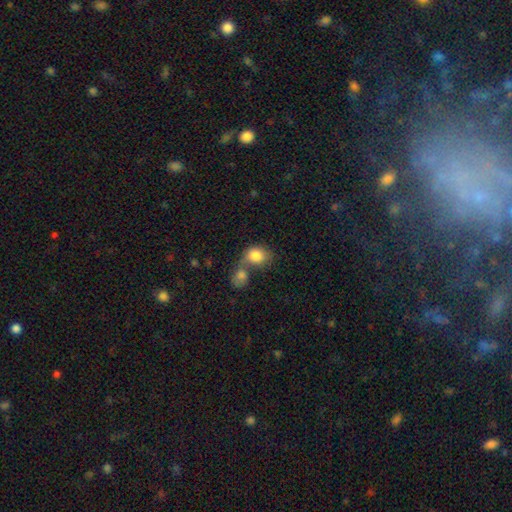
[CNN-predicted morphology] smooth-or-featured: smooth: 83% | featured or disk: 10% | star or artifact: 7%
  how-rounded: in between: 52% | round: 47% | cigar-shaped: 1%
  merging: merger: 61% | none: 24% | minor disturbance: 9% | major disturbance: 6%